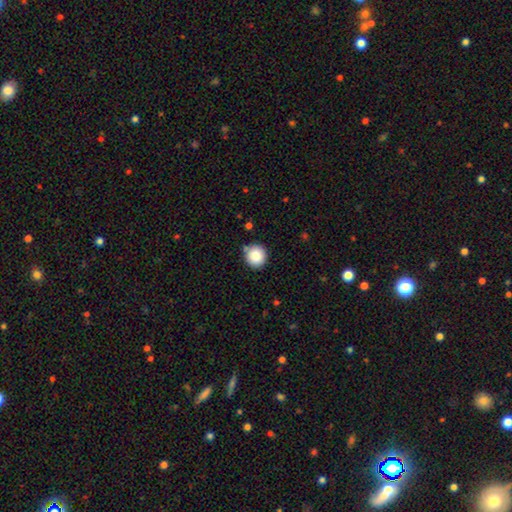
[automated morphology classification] This appears to be a smooth galaxy with no disk features (87%) that is round (93%). Merging: none (86%).